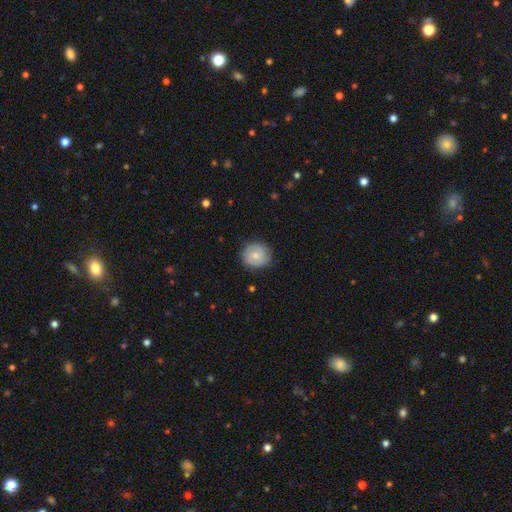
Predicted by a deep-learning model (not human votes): Smooth or featured? smooth (54%)
How rounded? round (88%)
Merging? none (82%)